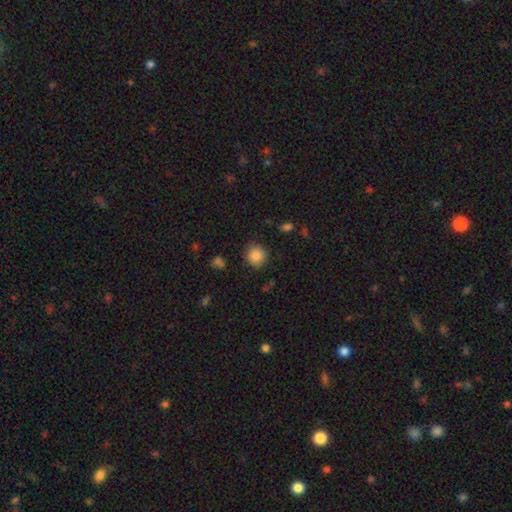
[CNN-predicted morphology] This appears to be a smooth galaxy with no disk features (86%) that is round (86%). Merging: none (84%).